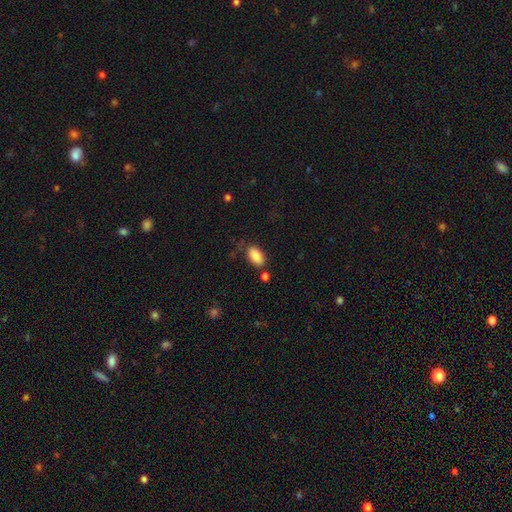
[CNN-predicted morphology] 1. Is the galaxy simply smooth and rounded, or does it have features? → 87% smooth, 7% star or artifact, 6% featured or disk.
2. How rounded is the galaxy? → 94% in between, 4% round, 2% cigar-shaped.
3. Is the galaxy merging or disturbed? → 70% none, 17% minor disturbance, 7% merger, 6% major disturbance.